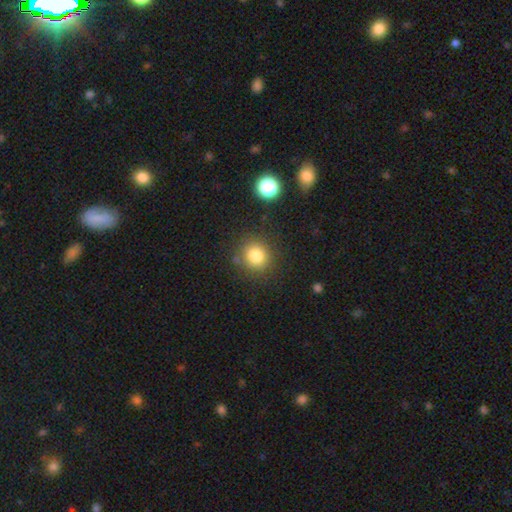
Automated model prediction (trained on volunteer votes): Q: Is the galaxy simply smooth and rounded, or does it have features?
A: smooth — 81%.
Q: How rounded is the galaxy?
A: round — 87%.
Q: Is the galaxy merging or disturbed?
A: none — 84%.